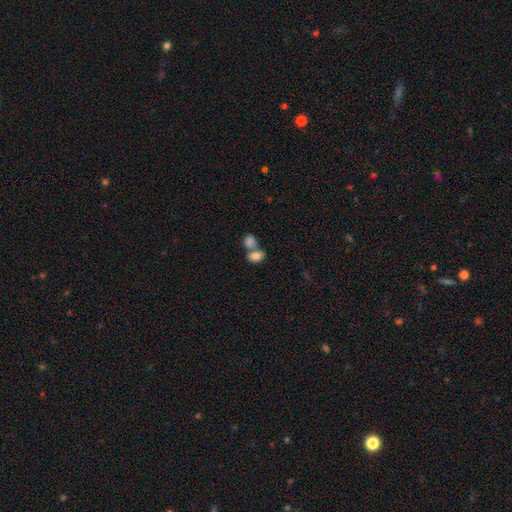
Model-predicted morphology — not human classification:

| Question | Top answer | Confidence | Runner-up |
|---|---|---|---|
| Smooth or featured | smooth | 83% | featured or disk (9%) |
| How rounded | in between | 84% | round (15%) |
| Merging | merger | 59% | none (29%) |